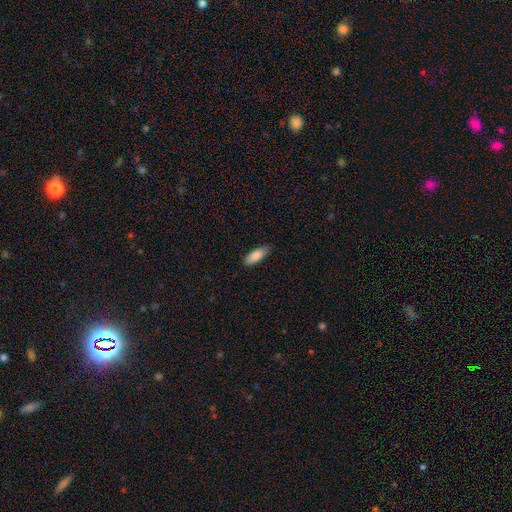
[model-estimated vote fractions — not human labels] The model was most divided on "how rounded": in between: 69%, cigar-shaped: 29%, round: 2%. More confident: smooth or featured — smooth (85%); merging — none (76%).